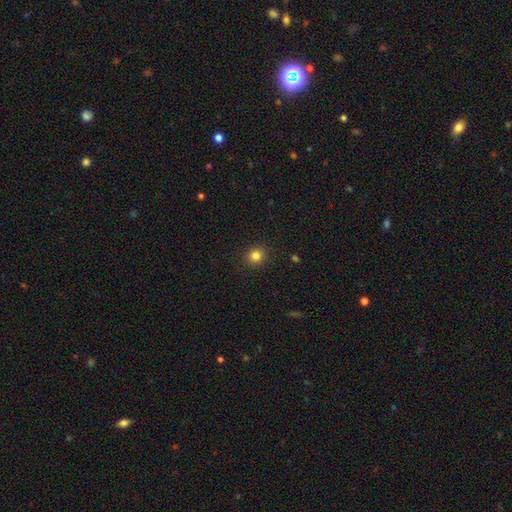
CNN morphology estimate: type=smooth (82%); roundness=round (91%); merging=none (91%).